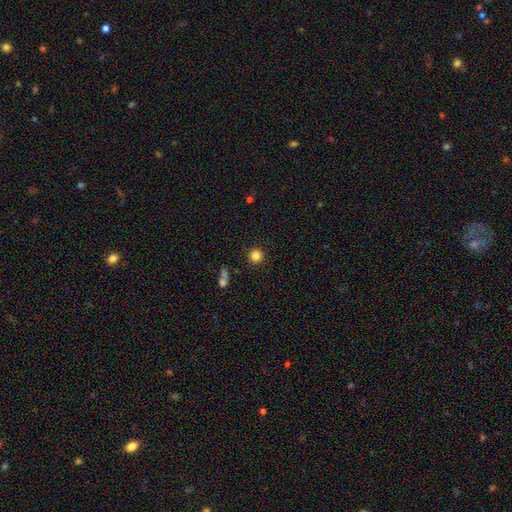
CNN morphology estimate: smooth 83%, star or artifact 12%, featured or disk 5%. Down the decision tree: how rounded — round (95%); merging — none (90%).